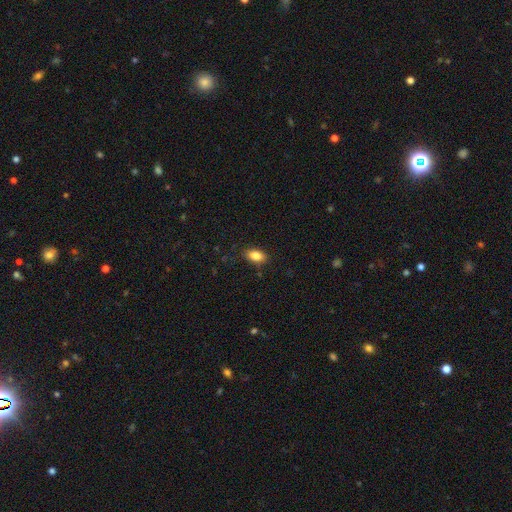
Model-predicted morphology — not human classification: This appears to be a smooth galaxy with no disk features (85%) that is in between round and cigar-shaped (90%). Merging: none (85%).